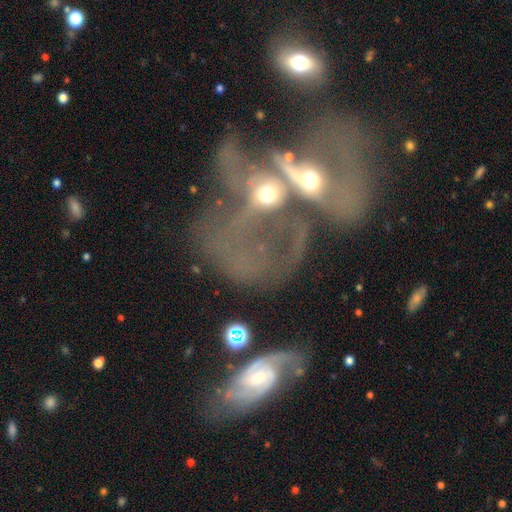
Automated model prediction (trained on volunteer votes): smooth-or-featured: featured or disk: 61% | smooth: 20% | star or artifact: 19%
  disk-edge-on: no: 95% | yes: 5%
    bar: no: 76% | weak: 17% | strong: 7%
    has-spiral-arms: no: 61% | yes: 39%
    bulge-size: moderate: 45% | small: 31% | none: 15% | large: 6% | dominant: 3%
  merging: merger: 56% | major disturbance: 21% | none: 14% | minor disturbance: 8%